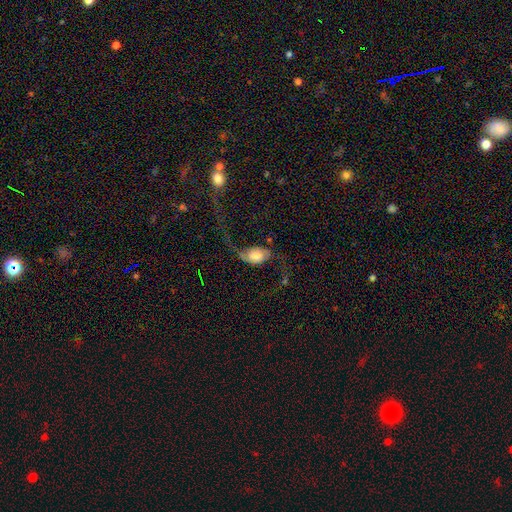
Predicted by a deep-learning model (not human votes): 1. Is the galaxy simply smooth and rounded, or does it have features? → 68% featured or disk, 24% smooth, 8% star or artifact.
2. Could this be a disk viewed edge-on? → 96% no, 4% yes.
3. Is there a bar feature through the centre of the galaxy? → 51% no, 35% weak, 14% strong.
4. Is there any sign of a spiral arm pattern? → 90% yes, 10% no.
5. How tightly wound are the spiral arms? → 86% loose, 10% medium, 4% tight.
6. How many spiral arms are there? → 92% 2, 3% 1, 2% can't tell, 1% 3, 1% 4, 1% more than 4.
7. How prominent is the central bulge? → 36% moderate, 26% large, 19% small, 11% dominant, 8% none.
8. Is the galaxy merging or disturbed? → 43% none, 36% major disturbance, 15% minor disturbance, 6% merger.